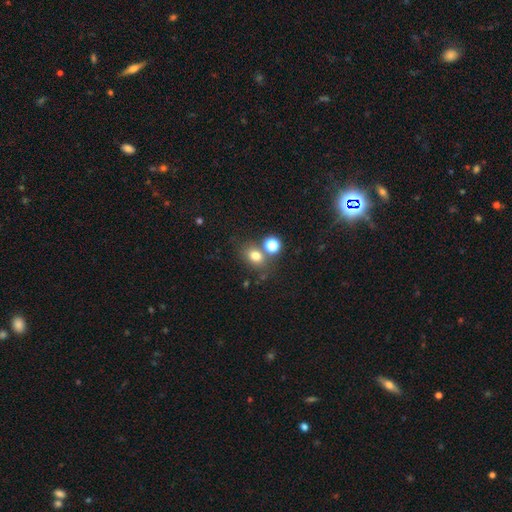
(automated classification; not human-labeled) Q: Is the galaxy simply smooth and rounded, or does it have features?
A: smooth — 75%.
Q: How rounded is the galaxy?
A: round — 55%.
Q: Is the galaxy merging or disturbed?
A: none — 65%.